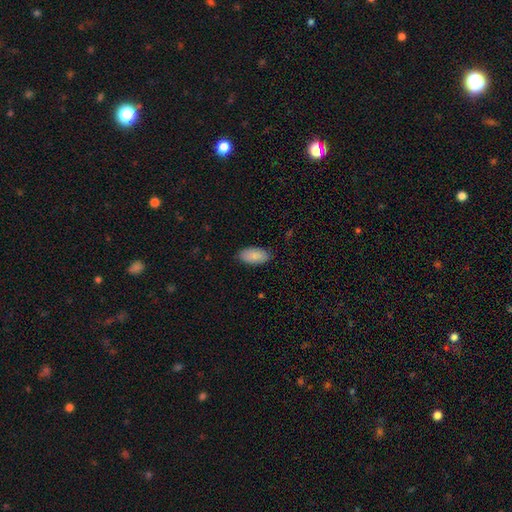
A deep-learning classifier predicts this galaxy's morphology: smooth 88%, star or artifact 6%, featured or disk 6%. Down the decision tree: how rounded — in between (94%); merging — none (86%).